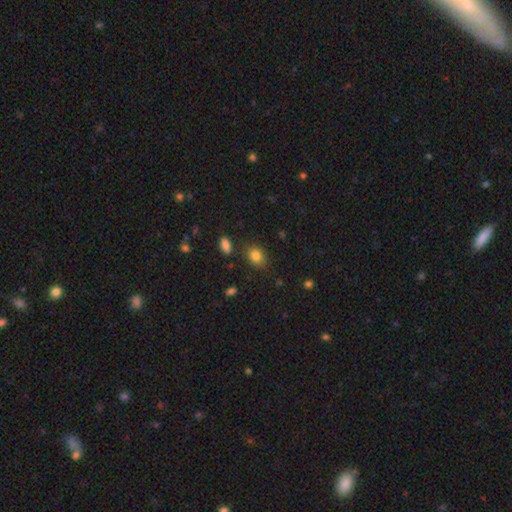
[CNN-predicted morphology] A smooth galaxy with no disk features (83%) that is in between round and cigar-shaped (57%).

Vote fractions:
- Smooth or featured? smooth: 83% / star or artifact: 10% / featured or disk: 6%
- How rounded? in between: 57% / round: 41% / cigar-shaped: 1%
- Merging? none: 82% / minor disturbance: 12% / major disturbance: 3% / merger: 3%